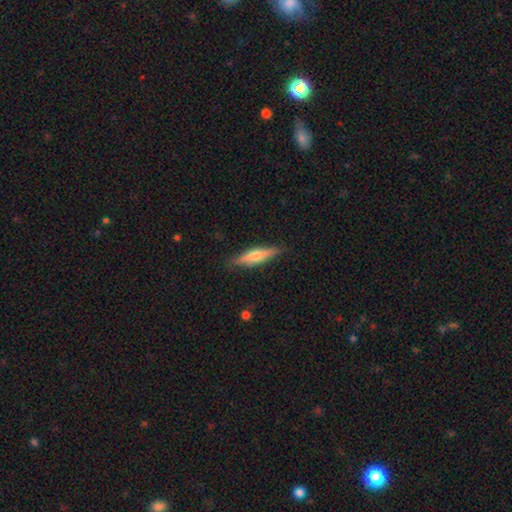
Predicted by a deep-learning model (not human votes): Smooth or featured?
  - smooth: 49% *
  - featured or disk: 45%
  - star or artifact: 6%
Merging?
  - none: 86% *
  - minor disturbance: 10%
  - major disturbance: 2%
  - merger: 1%